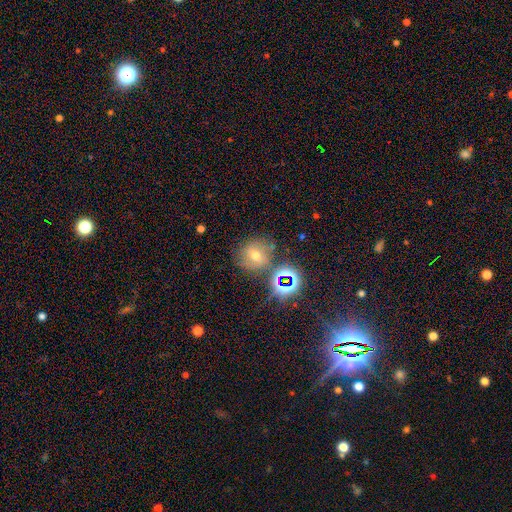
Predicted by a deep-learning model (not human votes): A smooth galaxy with no disk features (43%). Merging: none (65%).